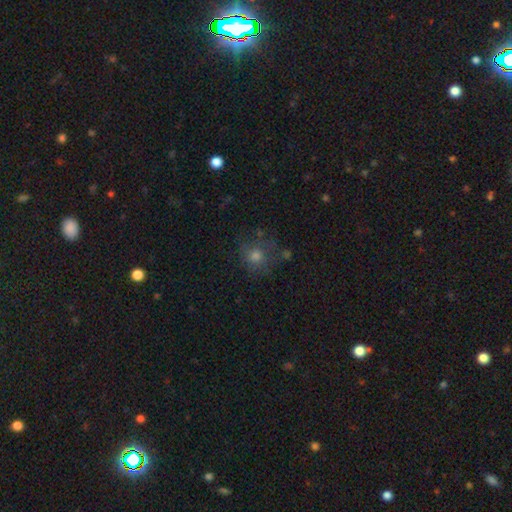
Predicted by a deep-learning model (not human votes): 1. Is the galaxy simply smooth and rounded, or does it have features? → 64% smooth, 20% star or artifact, 15% featured or disk.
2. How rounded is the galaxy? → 87% round, 12% in between, 1% cigar-shaped.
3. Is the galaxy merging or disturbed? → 71% none, 17% minor disturbance, 9% major disturbance, 4% merger.